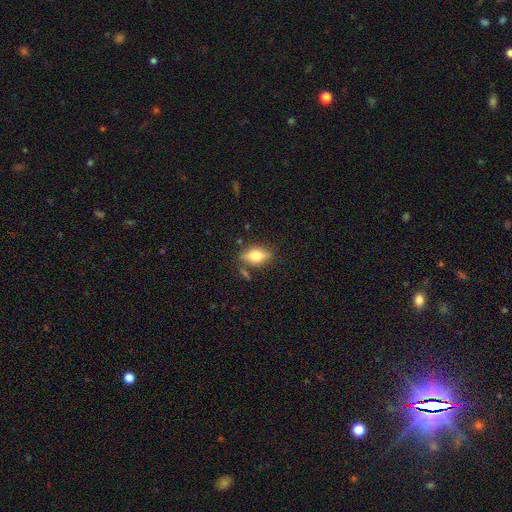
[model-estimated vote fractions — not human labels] smooth 49%, featured or disk 42%, star or artifact 9%. Down the decision tree: merging — none (77%).